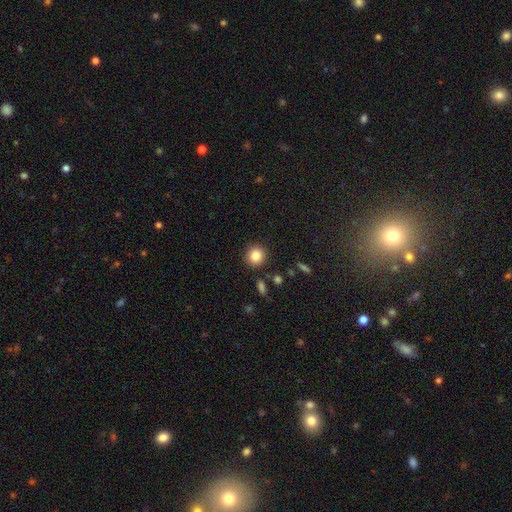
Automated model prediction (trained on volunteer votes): Smooth or featured? smooth (85%)
How rounded? round (90%)
Merging? none (88%)